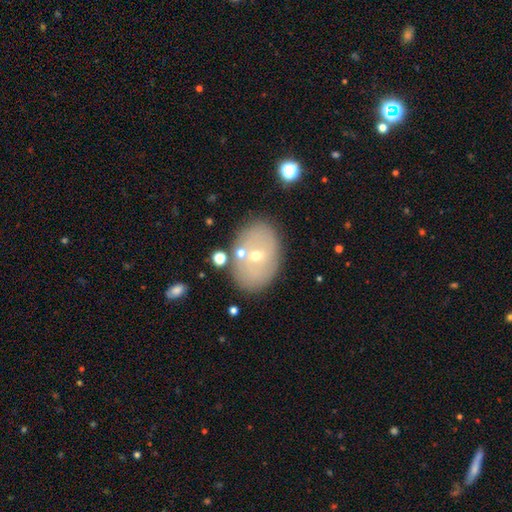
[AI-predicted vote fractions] smooth 46%, featured or disk 42%, star or artifact 11%. Down the decision tree: merging — none (76%).